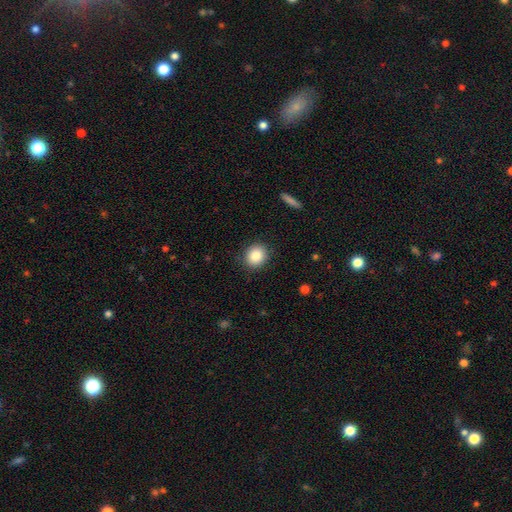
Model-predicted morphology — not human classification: Smooth or featured? Predicted: smooth (p=0.85). How rounded? Predicted: round (p=0.78). Merging? Predicted: none (p=0.89).